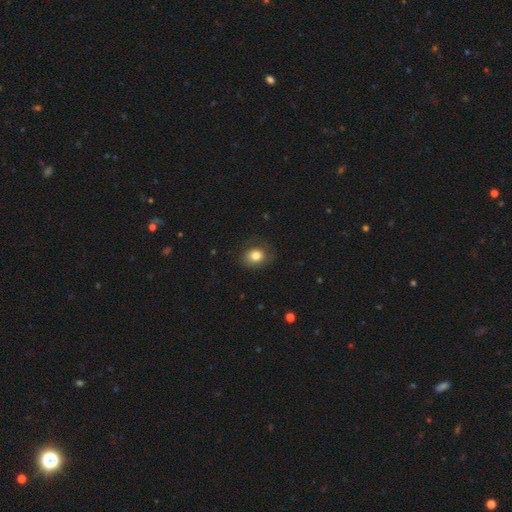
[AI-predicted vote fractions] Q: Smooth or featured?
A: smooth (78%); runner-up: featured or disk (13%)
Q: How rounded?
A: round (54%); runner-up: in between (45%)
Q: Merging?
A: none (72%); runner-up: minor disturbance (18%)